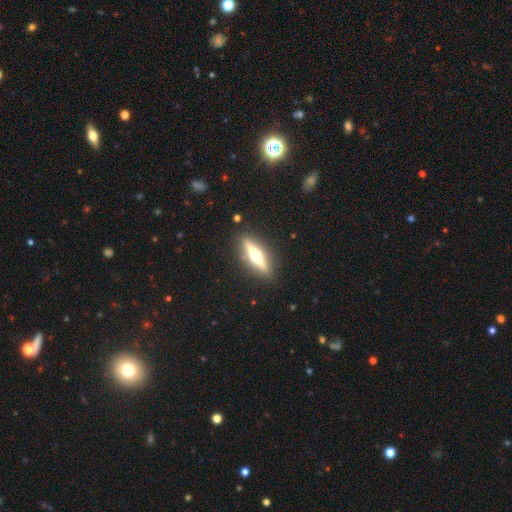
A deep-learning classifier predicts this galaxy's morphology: Smooth or featured?
  - featured or disk: 71% *
  - smooth: 23%
  - star or artifact: 6%
Edge-on disk?
  - yes: 95% *
  - no: 5%
Edge-on bulge?
  - rounded: 95% *
  - boxy: 3%
  - none: 2%
Merging?
  - none: 90% *
  - minor disturbance: 7%
  - major disturbance: 2%
  - merger: 1%